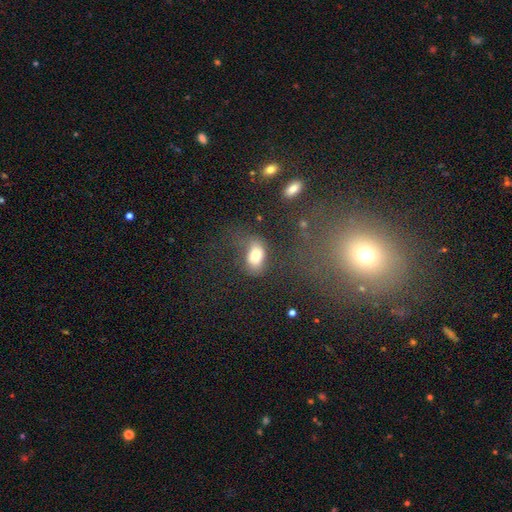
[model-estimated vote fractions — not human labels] A smooth galaxy with no disk features (77%) that is in between round and cigar-shaped (85%). Merging: none (48%).